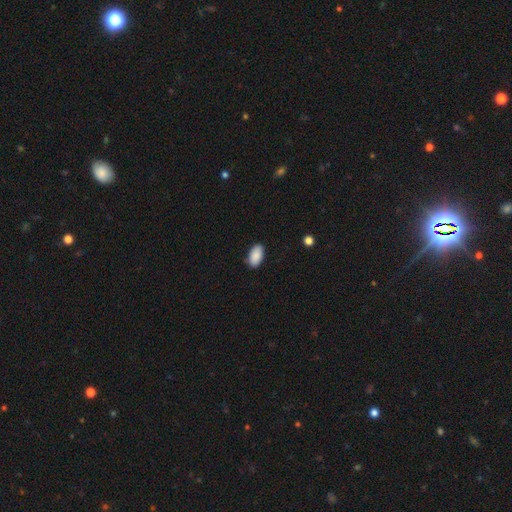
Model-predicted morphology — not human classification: Overall: smooth (90%). How rounded: in between (95%). Merging: none (87%).